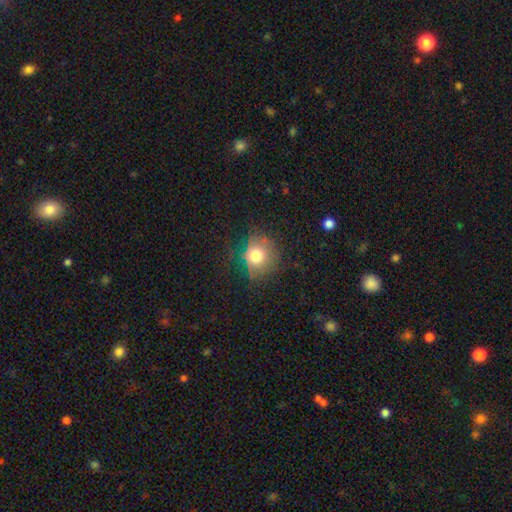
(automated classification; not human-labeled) smooth_or_featured: smooth (p=0.74) [alt: star or artifact p=0.15]
how_rounded: round (p=0.83) [alt: in between p=0.16]
merging: none (p=0.72) [alt: minor disturbance p=0.18]